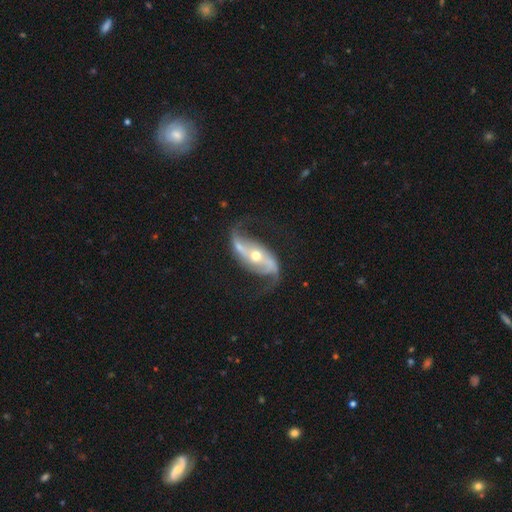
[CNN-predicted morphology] Smooth or featured?
  - featured or disk: 91% *
  - star or artifact: 5%
  - smooth: 5%
Edge-on disk?
  - no: 96% *
  - yes: 4%
Bar?
  - strong: 42% *
  - no: 31%
  - weak: 27%
Spiral arms?
  - yes: 97% *
  - no: 3%
Spiral winding?
  - loose: 72% *
  - medium: 22%
  - tight: 6%
Spiral arm count?
  - 2: 94% *
  - can't tell: 2%
  - 1: 2%
  - 3: 1%
  - 4: 1%
  - more than 4: 1%
Bulge size?
  - moderate: 55% *
  - small: 41%
  - large: 3%
  - dominant: 1%
  - none: 1%
Merging?
  - none: 74% *
  - minor disturbance: 14%
  - major disturbance: 9%
  - merger: 3%